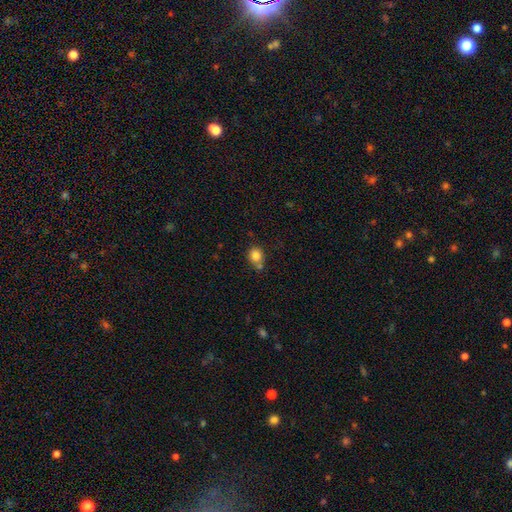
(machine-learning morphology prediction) Smooth or featured? smooth (83%)
How rounded? round (75%)
Merging? none (56%)